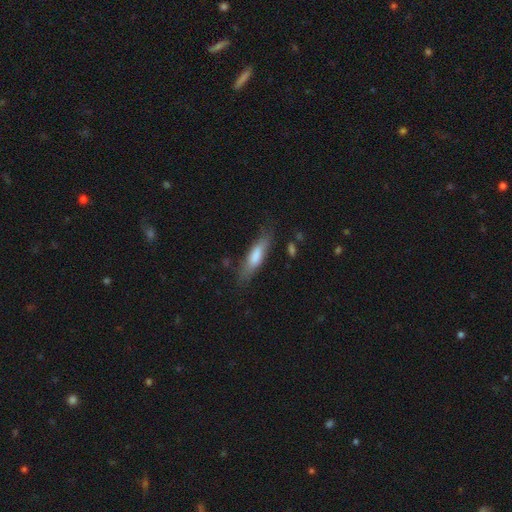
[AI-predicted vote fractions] Q: Smooth or featured?
A: smooth (69%); runner-up: featured or disk (25%)
Q: How rounded?
A: cigar-shaped (70%); runner-up: in between (28%)
Q: Merging?
A: none (72%); runner-up: minor disturbance (19%)